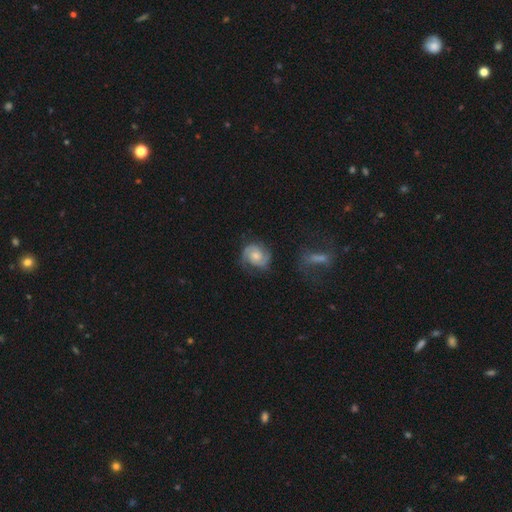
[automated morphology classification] This appears to be a featured or disk galaxy (83%) with no bar (66%), 2 (84%) tight (52%) spiral arms (97%) and a moderate central bulge (50%). Merging: none (74%).